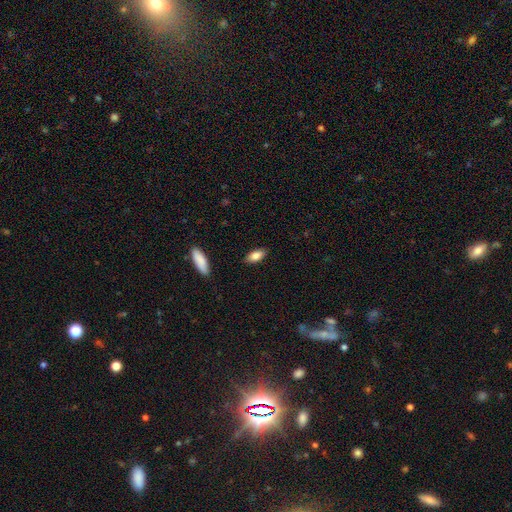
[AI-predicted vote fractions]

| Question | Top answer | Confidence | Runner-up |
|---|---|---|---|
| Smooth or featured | smooth | 83% | featured or disk (10%) |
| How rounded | in between | 81% | cigar-shaped (16%) |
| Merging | none | 87% | minor disturbance (10%) |